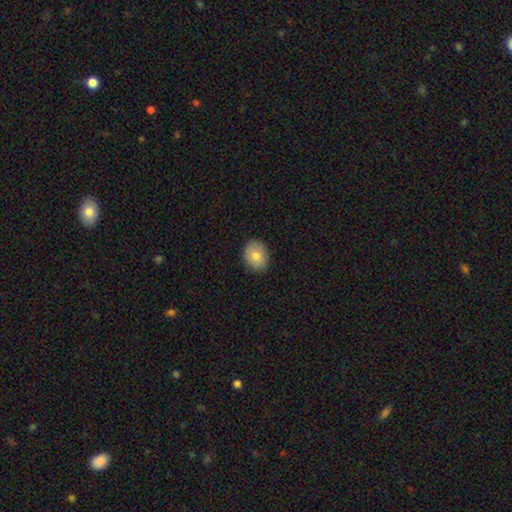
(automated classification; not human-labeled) The model was most divided on "how rounded": round: 53%, in between: 46%, cigar-shaped: 1%. More confident: merging — none (87%); smooth or featured — smooth (78%).